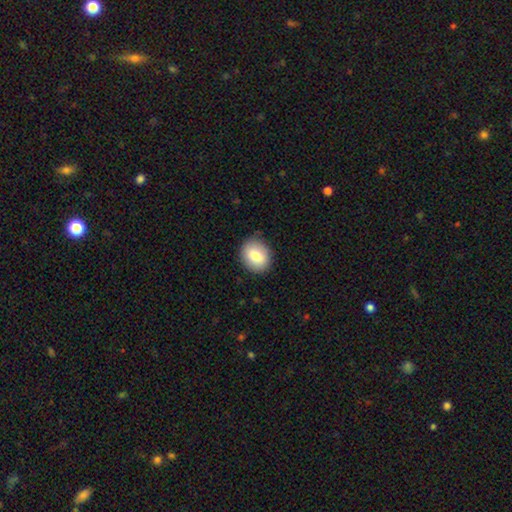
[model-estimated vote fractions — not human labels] Smooth or featured: smooth — 81% (featured or disk — 12%)
How rounded: round — 58% (in between — 41%)
Merging: none — 86% (minor disturbance — 11%)